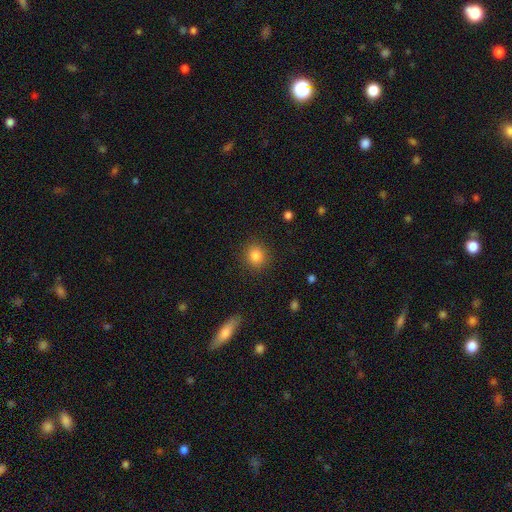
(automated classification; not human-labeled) The model was most divided on "smooth or featured": smooth: 83%, star or artifact: 11%, featured or disk: 6%. More confident: merging — none (90%); how rounded — round (86%).